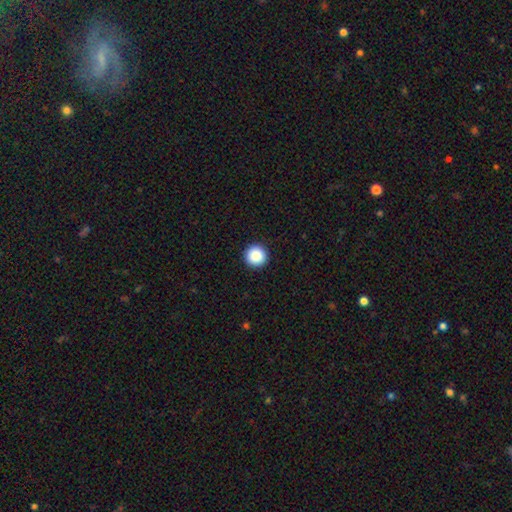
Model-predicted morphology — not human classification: A smooth galaxy with no disk features (88%) that is round (96%).

Vote fractions:
- Smooth or featured? smooth: 88% / star or artifact: 9% / featured or disk: 3%
- How rounded? round: 96% / in between: 3% / cigar-shaped: 1%
- Merging? none: 94% / minor disturbance: 4% / major disturbance: 1% / merger: 1%